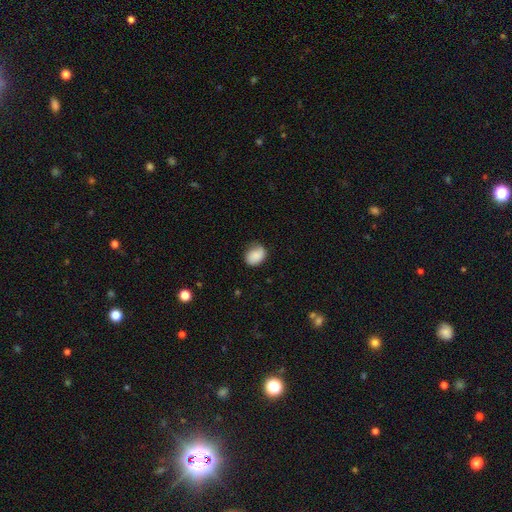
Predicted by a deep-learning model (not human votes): Smooth or featured?
  - smooth: 86% *
  - star or artifact: 7%
  - featured or disk: 6%
How rounded?
  - in between: 67% *
  - round: 32%
  - cigar-shaped: 1%
Merging?
  - none: 68% *
  - minor disturbance: 25%
  - major disturbance: 6%
  - merger: 1%